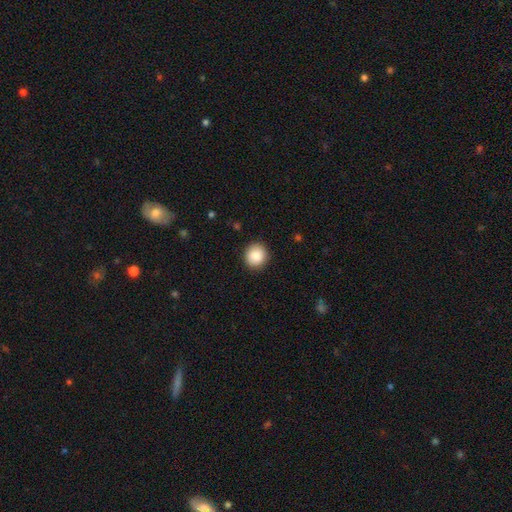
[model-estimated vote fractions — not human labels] smooth 86%, star or artifact 8%, featured or disk 5%. Down the decision tree: how rounded — round (91%); merging — none (91%).